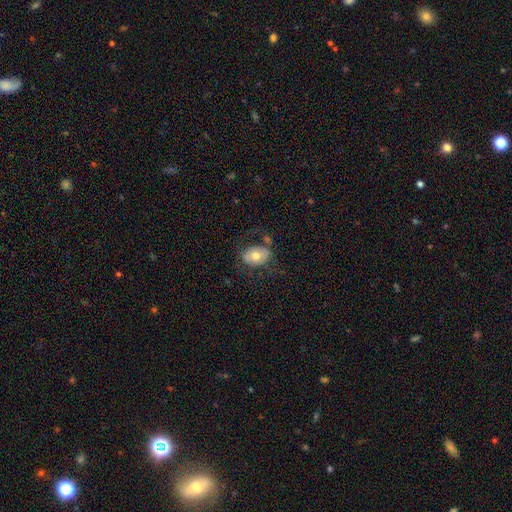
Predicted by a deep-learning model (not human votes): Overall: smooth (64%; featured or disk 29%). How rounded: in between (78%). Merging: none (61%).